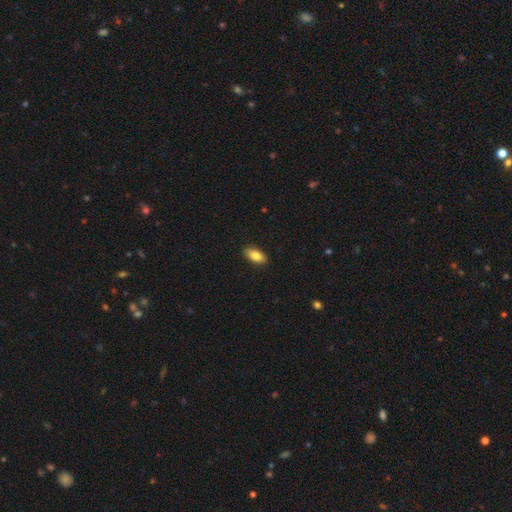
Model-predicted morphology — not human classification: A smooth galaxy with no disk features (84%) that is in between round and cigar-shaped (90%). Merging: none (89%).